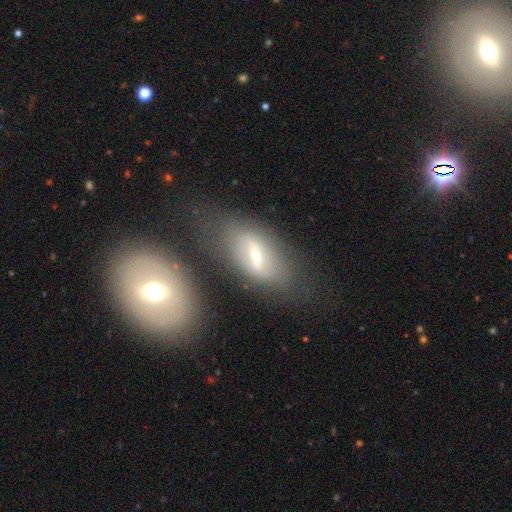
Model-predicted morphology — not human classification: Q: Smooth or featured?
A: featured or disk (56%); runner-up: smooth (34%)
Q: Edge-on disk?
A: no (66%); runner-up: yes (34%)
Q: Merging?
A: none (61%); runner-up: minor disturbance (19%)